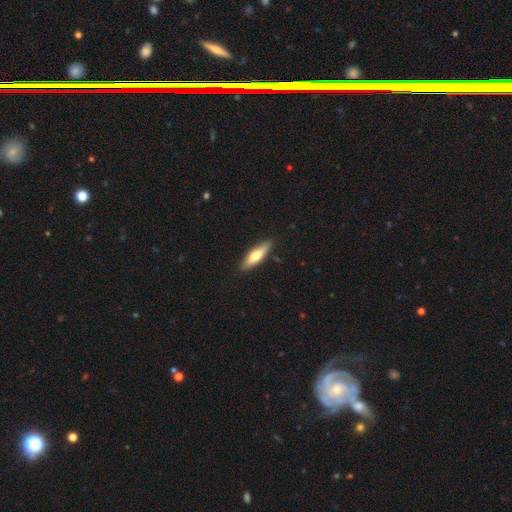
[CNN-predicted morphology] Q: Smooth or featured?
A: smooth (61%); runner-up: featured or disk (34%)
Q: How rounded?
A: cigar-shaped (62%); runner-up: in between (37%)
Q: Merging?
A: none (87%); runner-up: minor disturbance (10%)